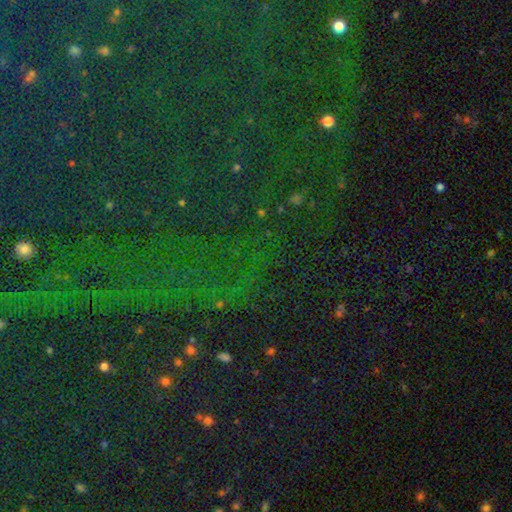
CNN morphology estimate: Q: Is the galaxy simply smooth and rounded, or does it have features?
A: star or artifact — 84%.